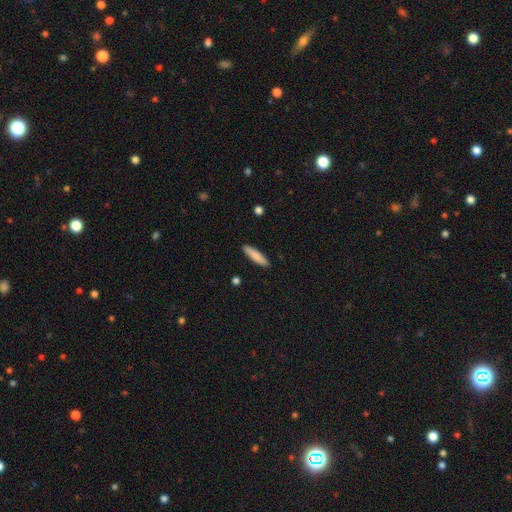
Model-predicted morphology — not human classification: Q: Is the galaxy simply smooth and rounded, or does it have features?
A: smooth — 84%.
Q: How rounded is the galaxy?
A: cigar-shaped — 75%.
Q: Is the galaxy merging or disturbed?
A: none — 89%.